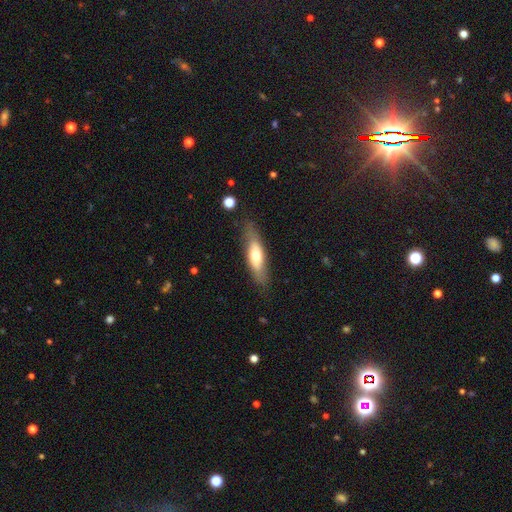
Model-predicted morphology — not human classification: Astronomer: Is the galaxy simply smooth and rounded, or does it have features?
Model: smooth — 56% (runner-up: featured or disk, 38%).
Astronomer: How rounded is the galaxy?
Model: cigar-shaped — 51% (runner-up: in between, 46%).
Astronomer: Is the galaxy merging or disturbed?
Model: none — 77%.